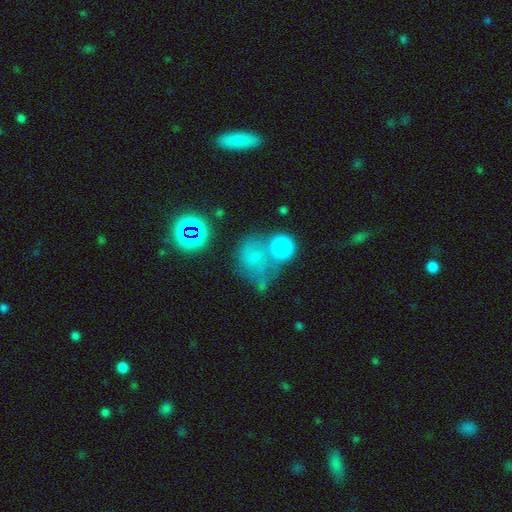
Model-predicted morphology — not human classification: A smooth galaxy with no disk features (48%). Merging: none (40%).